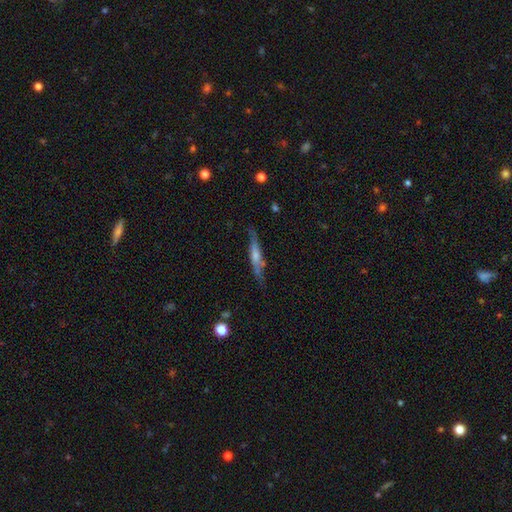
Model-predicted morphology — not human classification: featured or disk 49%, smooth 45%, star or artifact 6%. Down the decision tree: merging — none (66%).